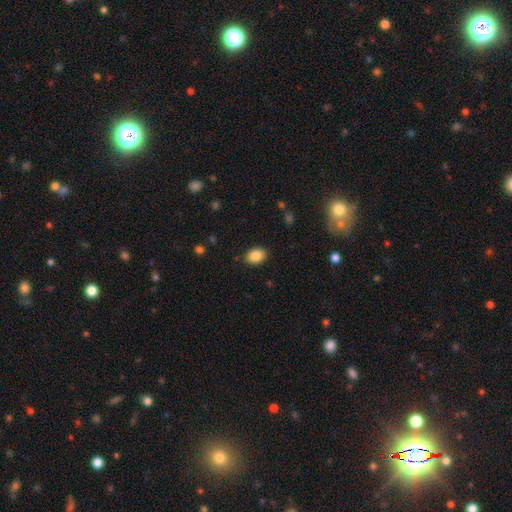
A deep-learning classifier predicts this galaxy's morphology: type=smooth (88%); roundness=in between (71%); merging=none (88%).